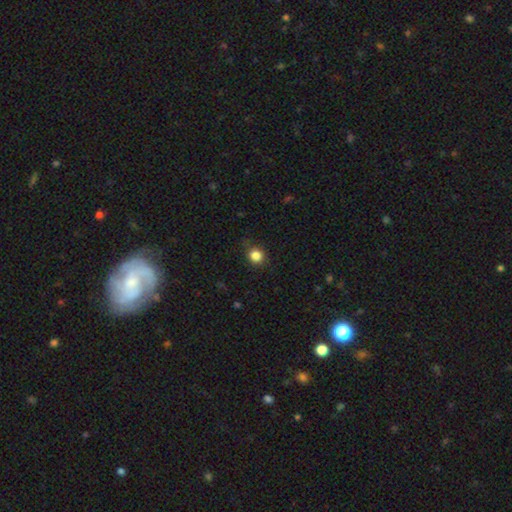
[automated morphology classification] Smooth or featured? smooth (84%)
How rounded? round (86%)
Merging? none (80%)